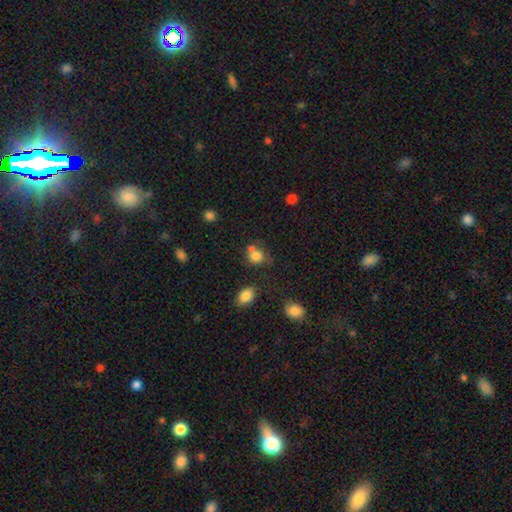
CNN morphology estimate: A smooth galaxy with no disk features (78%) that is round (74%). Merging: none (46%).